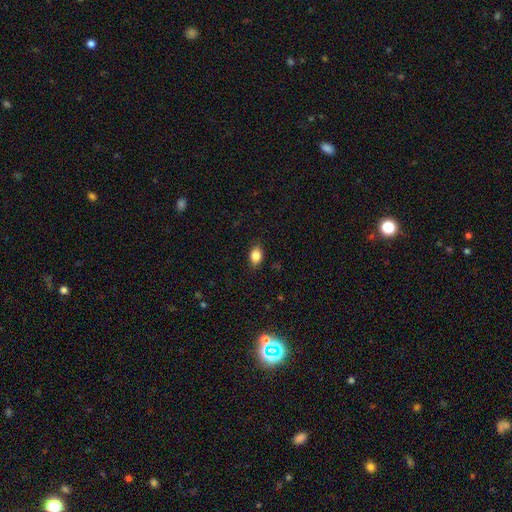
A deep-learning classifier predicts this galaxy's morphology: Q: Smooth or featured?
A: smooth (85%); runner-up: star or artifact (9%)
Q: How rounded?
A: in between (76%); runner-up: round (22%)
Q: Merging?
A: none (84%); runner-up: minor disturbance (12%)